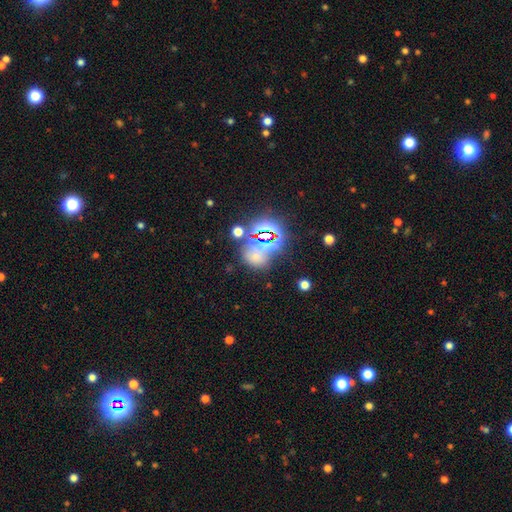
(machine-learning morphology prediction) The model was most divided on "smooth or featured": star or artifact: 47%, smooth: 42%, featured or disk: 11%.